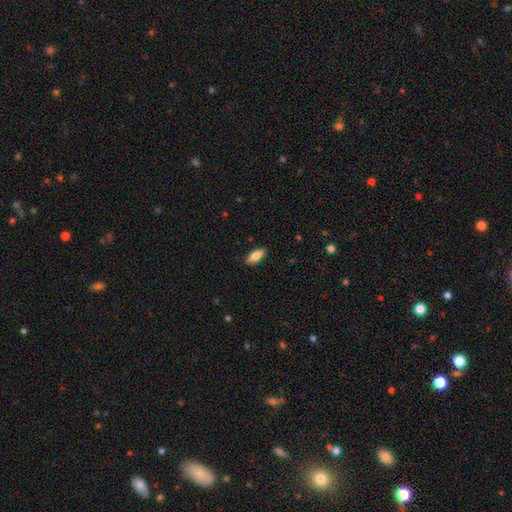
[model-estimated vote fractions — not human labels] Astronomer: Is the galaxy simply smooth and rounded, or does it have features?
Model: smooth — 82%.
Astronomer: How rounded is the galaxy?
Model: in between — 84%.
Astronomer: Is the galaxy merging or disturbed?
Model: none — 87%.